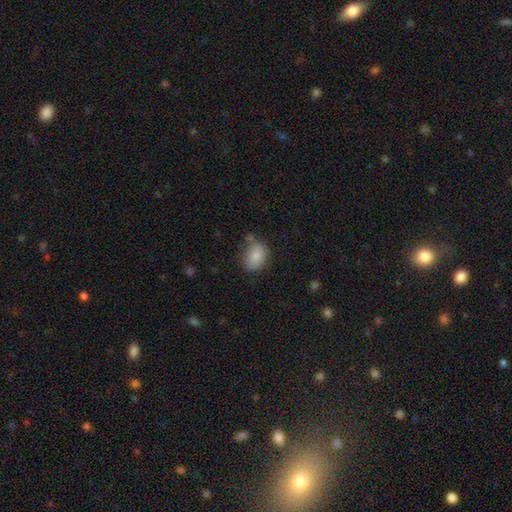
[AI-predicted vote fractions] Smooth or featured? Predicted: smooth (p=0.84). How rounded? Predicted: in between (p=0.72). Merging? Predicted: none (p=0.59).